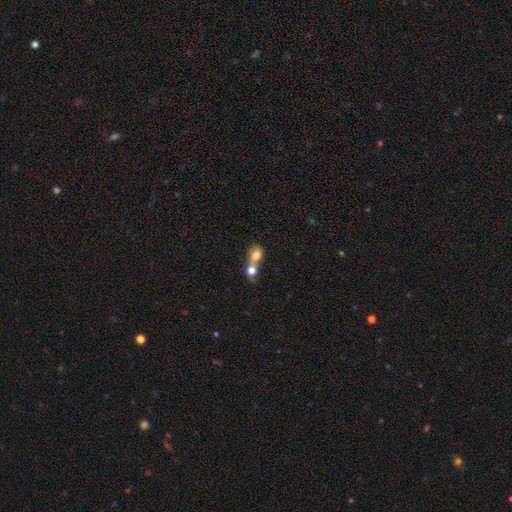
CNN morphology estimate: Smooth or featured: smooth — 74% (featured or disk — 17%)
How rounded: round — 60% (in between — 38%)
Merging: merger — 78% (none — 15%)